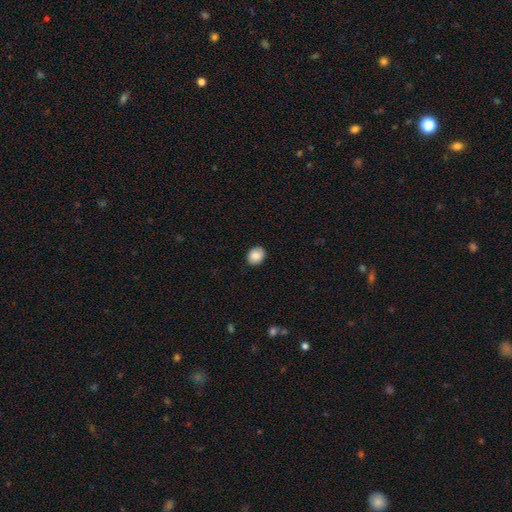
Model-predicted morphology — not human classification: type=smooth (85%); roundness=in between (57%); merging=none (88%).